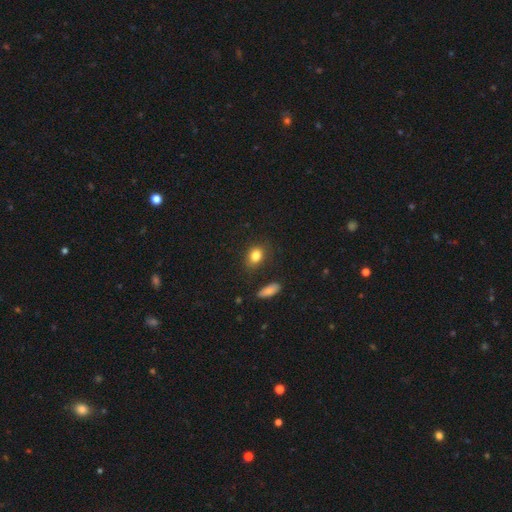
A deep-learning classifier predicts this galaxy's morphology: A smooth galaxy with no disk features (83%) that is in between round and cigar-shaped (63%).

Vote fractions:
- Smooth or featured? smooth: 83% / star or artifact: 9% / featured or disk: 7%
- How rounded? in between: 63% / round: 35% / cigar-shaped: 2%
- Merging? none: 78% / minor disturbance: 15% / major disturbance: 4% / merger: 3%